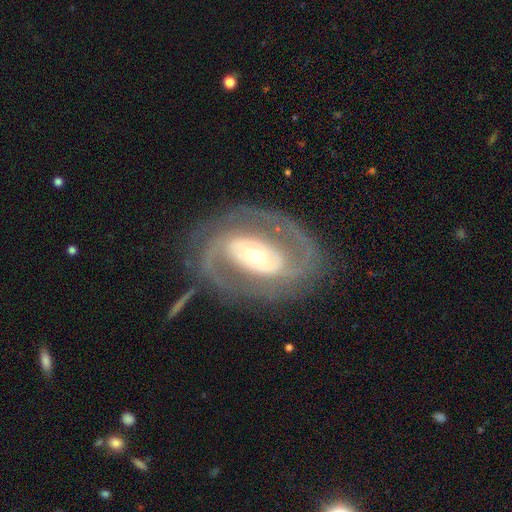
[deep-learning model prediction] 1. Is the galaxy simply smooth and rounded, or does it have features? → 88% featured or disk, 7% smooth, 5% star or artifact.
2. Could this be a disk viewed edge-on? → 96% no, 4% yes.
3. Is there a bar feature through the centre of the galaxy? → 36% no, 33% weak, 31% strong.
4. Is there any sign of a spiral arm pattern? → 91% yes, 9% no.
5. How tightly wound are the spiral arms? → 45% medium, 41% tight, 14% loose.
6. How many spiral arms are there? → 85% 2, 6% can't tell, 4% 3, 3% 1, 2% 4, 1% more than 4.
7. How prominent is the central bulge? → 66% moderate, 17% small, 14% large, 2% dominant, 1% none.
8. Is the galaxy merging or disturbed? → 76% none, 13% minor disturbance, 9% major disturbance, 2% merger.